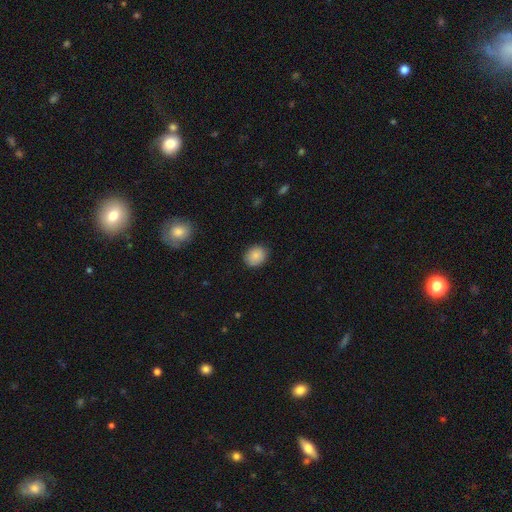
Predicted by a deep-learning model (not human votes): Smooth or featured? Predicted: smooth (p=0.87). How rounded? Predicted: round (p=0.60). Merging? Predicted: none (p=0.87).